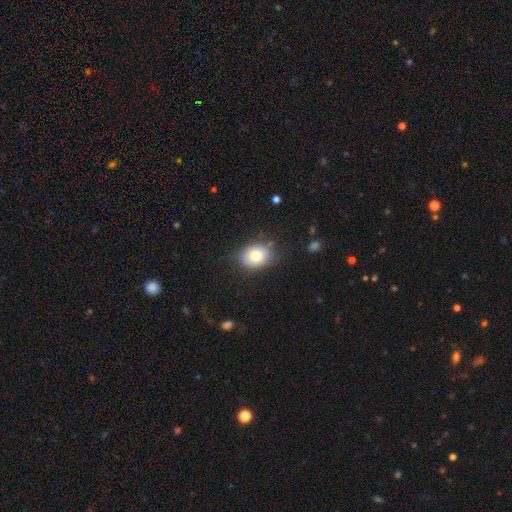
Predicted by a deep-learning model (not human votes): A smooth galaxy with no disk features (76%) that is in between round and cigar-shaped (57%).

Vote fractions:
- Smooth or featured? smooth: 76% / featured or disk: 14% / star or artifact: 9%
- How rounded? in between: 57% / round: 42% / cigar-shaped: 1%
- Merging? none: 80% / minor disturbance: 15% / major disturbance: 4% / merger: 2%